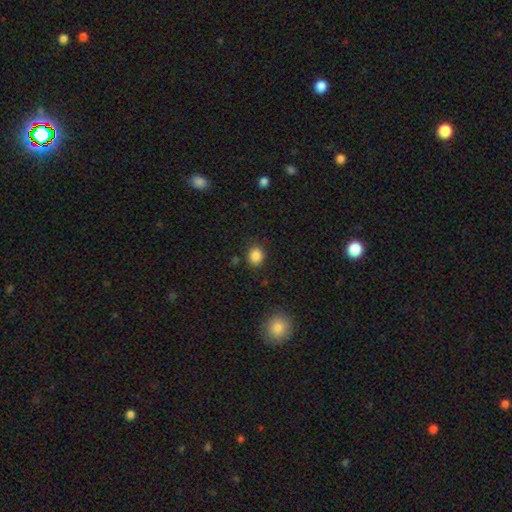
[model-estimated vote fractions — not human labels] smooth-or-featured: smooth: 85% | star or artifact: 10% | featured or disk: 4%
  how-rounded: round: 62% | in between: 38% | cigar-shaped: 1%
  merging: none: 85% | minor disturbance: 10% | major disturbance: 3% | merger: 2%